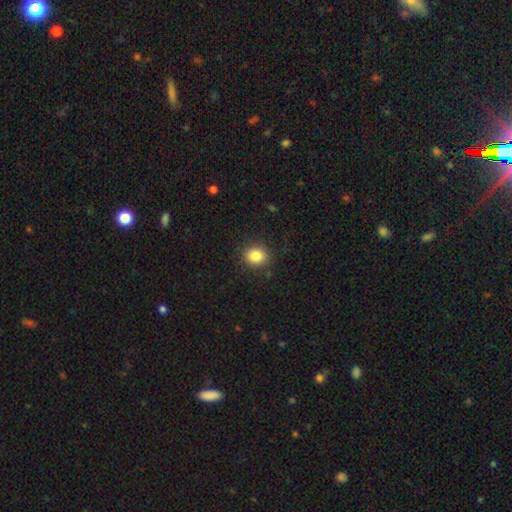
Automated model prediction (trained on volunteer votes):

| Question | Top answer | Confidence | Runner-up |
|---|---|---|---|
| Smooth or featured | smooth | 84% | star or artifact (11%) |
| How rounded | round | 76% | in between (23%) |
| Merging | none | 88% | minor disturbance (8%) |